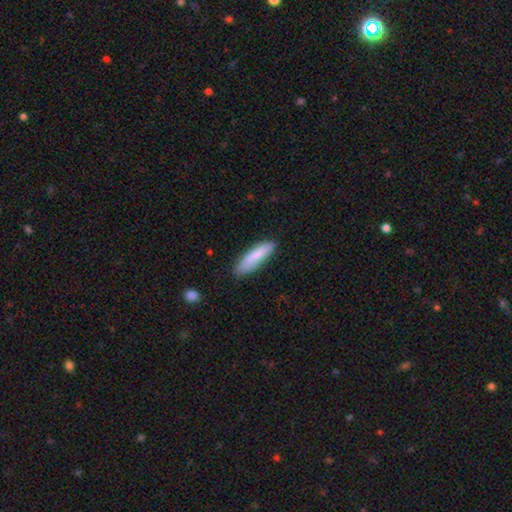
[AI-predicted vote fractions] Q: Smooth or featured?
A: smooth (83%); runner-up: featured or disk (12%)
Q: How rounded?
A: cigar-shaped (68%); runner-up: in between (30%)
Q: Merging?
A: none (79%); runner-up: minor disturbance (17%)